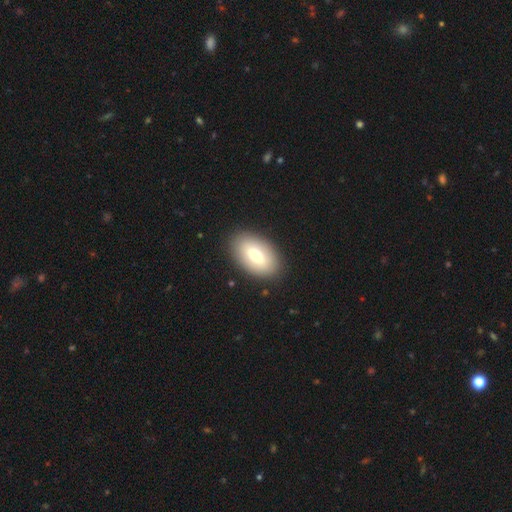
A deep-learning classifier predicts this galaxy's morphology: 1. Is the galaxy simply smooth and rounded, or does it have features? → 68% smooth, 25% featured or disk, 7% star or artifact.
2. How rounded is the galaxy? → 92% in between, 6% round, 2% cigar-shaped.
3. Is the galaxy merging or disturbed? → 88% none, 8% minor disturbance, 3% major disturbance, 1% merger.